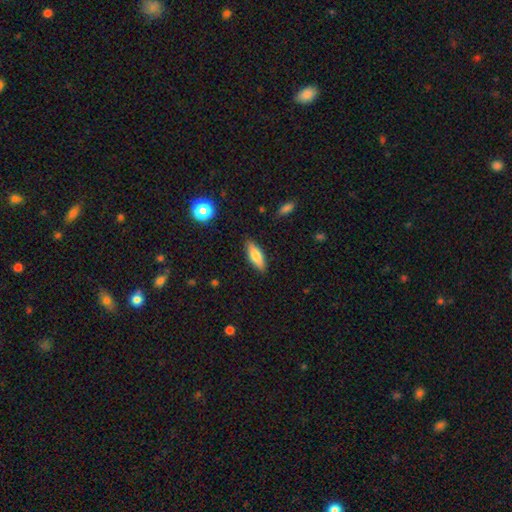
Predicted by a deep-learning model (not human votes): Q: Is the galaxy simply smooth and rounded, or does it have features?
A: smooth — 73%.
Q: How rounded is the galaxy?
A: in between — 56%.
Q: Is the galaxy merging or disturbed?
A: none — 87%.